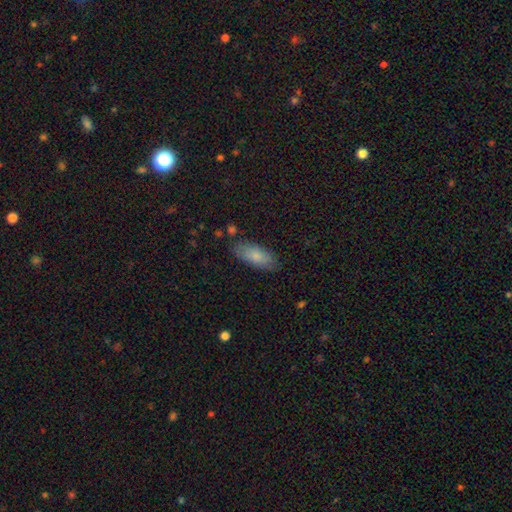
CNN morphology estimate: This is clearly a smooth galaxy (81%). How rounded: likely in between (79%). Merging: clearly none (80%).